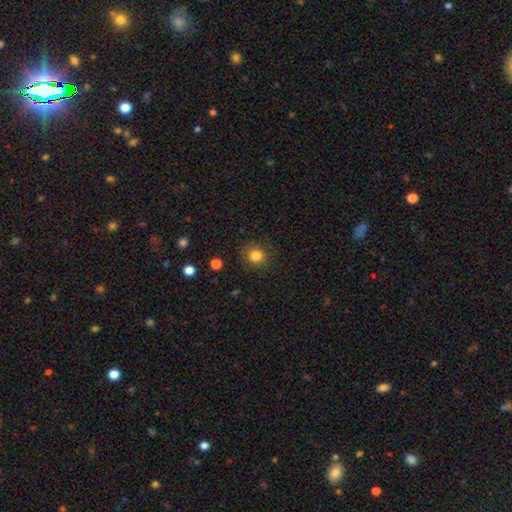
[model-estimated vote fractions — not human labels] Smooth or featured?
  - smooth: 83% *
  - star or artifact: 11%
  - featured or disk: 6%
How rounded?
  - round: 87% *
  - in between: 12%
  - cigar-shaped: 1%
Merging?
  - none: 86% *
  - minor disturbance: 10%
  - major disturbance: 3%
  - merger: 1%